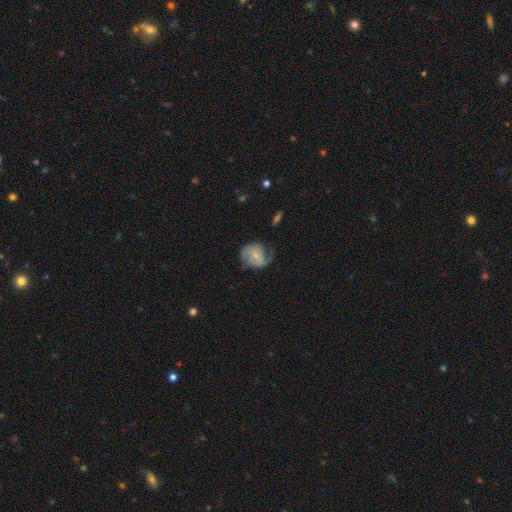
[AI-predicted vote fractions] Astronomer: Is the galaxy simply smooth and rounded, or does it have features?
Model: featured or disk — 70%.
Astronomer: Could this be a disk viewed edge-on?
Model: no — 97%.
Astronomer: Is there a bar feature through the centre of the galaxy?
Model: no — 56% (runner-up: weak, 35%).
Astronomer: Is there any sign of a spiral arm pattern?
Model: yes — 90%.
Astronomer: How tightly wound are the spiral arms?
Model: medium — 42% (runner-up: loose, 32%).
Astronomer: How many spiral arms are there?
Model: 2 — 72%.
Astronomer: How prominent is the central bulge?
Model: small — 69%.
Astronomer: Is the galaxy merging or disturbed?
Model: none — 52%.